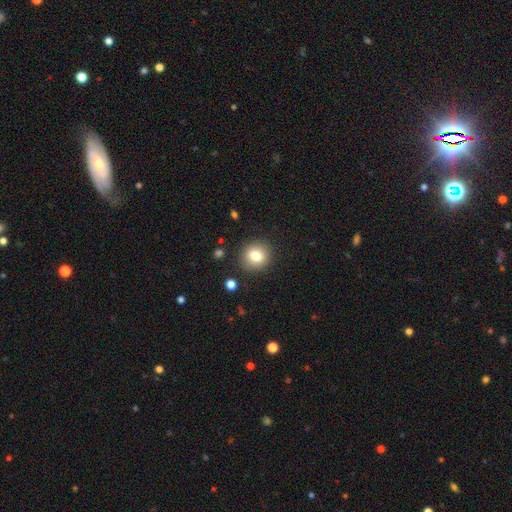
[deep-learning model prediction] Morphology: type=smooth (80%); roundness=round (84%); merging=none (88%).